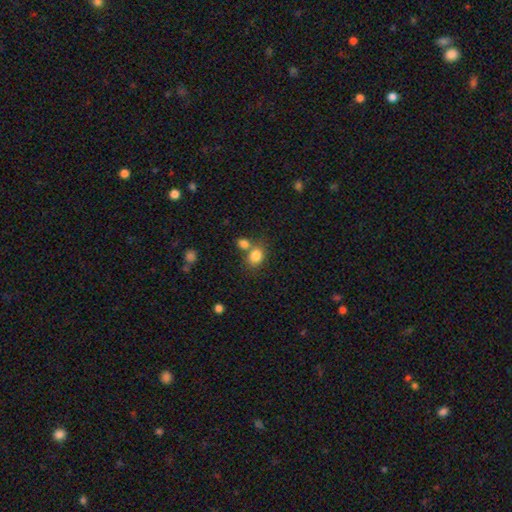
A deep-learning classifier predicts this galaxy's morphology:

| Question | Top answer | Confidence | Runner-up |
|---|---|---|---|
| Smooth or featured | smooth | 83% | star or artifact (10%) |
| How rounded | round | 53% | in between (46%) |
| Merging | none | 53% | merger (33%) |